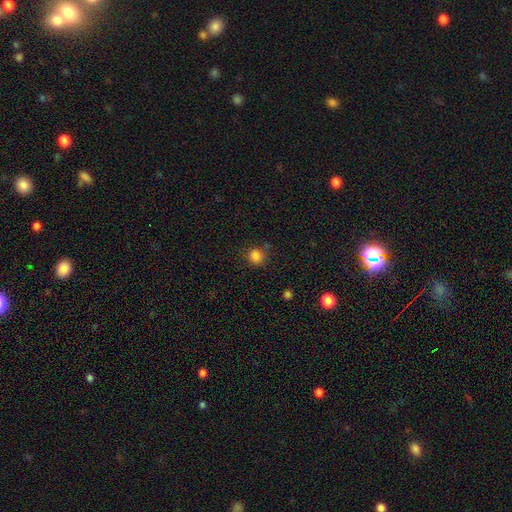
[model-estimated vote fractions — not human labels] A smooth galaxy with no disk features (84%) that is round (89%).

Vote fractions:
- Smooth or featured? smooth: 84% / star or artifact: 13% / featured or disk: 4%
- How rounded? round: 89% / in between: 10% / cigar-shaped: 1%
- Merging? none: 77% / minor disturbance: 15% / major disturbance: 5% / merger: 4%